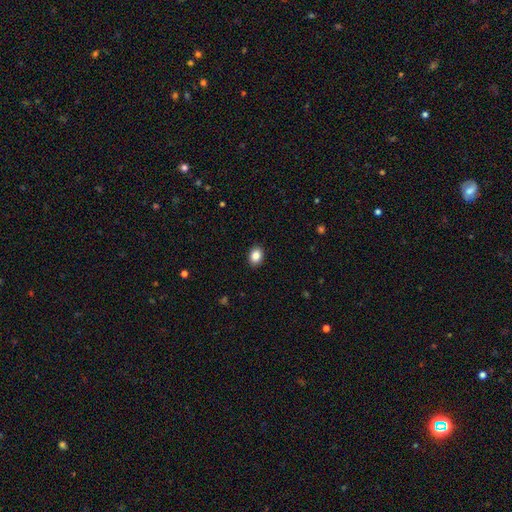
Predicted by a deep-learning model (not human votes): Morphology: type=smooth (86%); roundness=in between (65%); merging=none (90%).